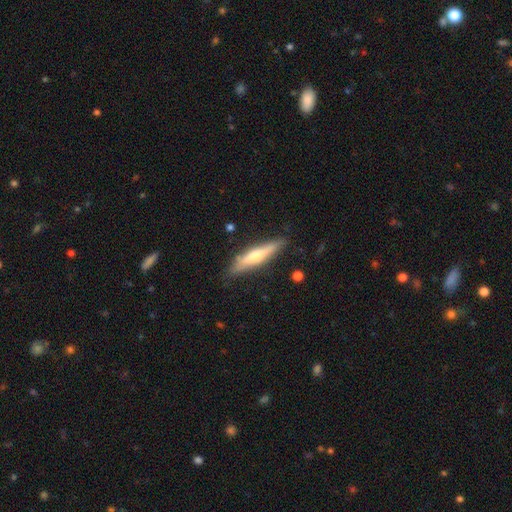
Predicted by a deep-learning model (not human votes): Smooth or featured: featured or disk — 53% (smooth — 41%)
Edge-on disk: yes — 91% (no — 9%)
Merging: none — 82% (minor disturbance — 13%)